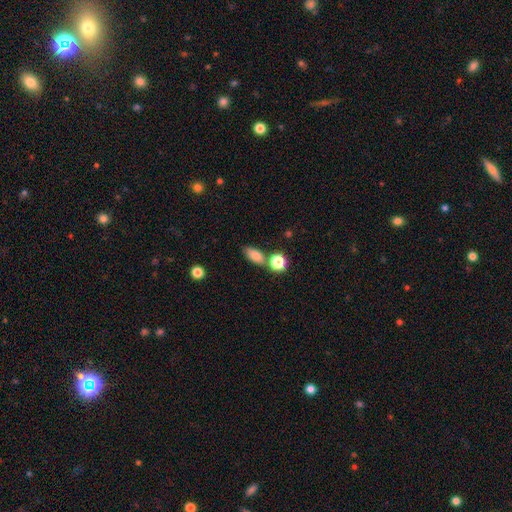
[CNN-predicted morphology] type=smooth (80%); roundness=in between (78%); merging=none (64%).